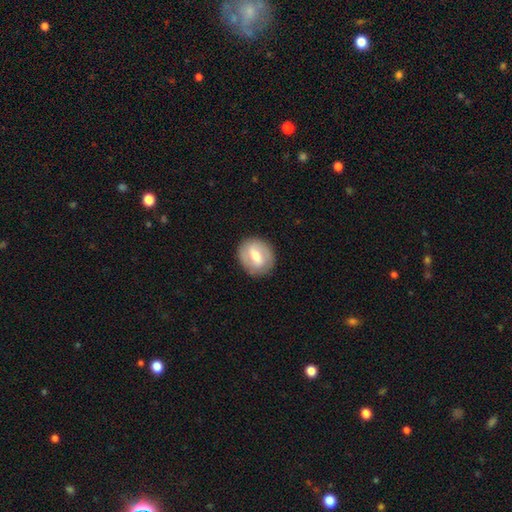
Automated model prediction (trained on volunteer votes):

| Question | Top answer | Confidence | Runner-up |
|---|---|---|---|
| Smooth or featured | featured or disk | 49% | smooth (45%) |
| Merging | none | 85% | minor disturbance (11%) |